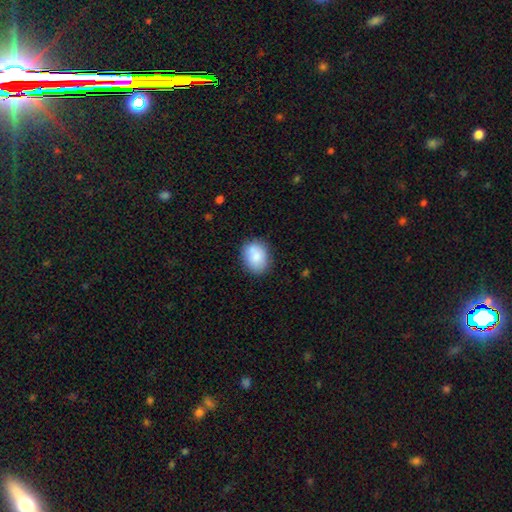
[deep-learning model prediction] Smooth or featured?
  - smooth: 83% *
  - featured or disk: 10%
  - star or artifact: 7%
How rounded?
  - in between: 59% *
  - round: 40%
  - cigar-shaped: 1%
Merging?
  - none: 71% *
  - minor disturbance: 17%
  - merger: 7%
  - major disturbance: 4%